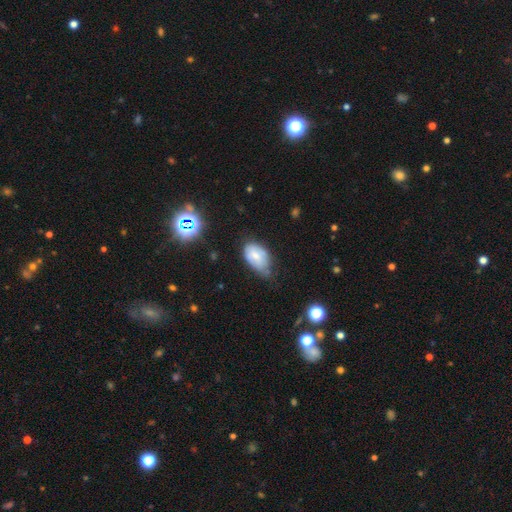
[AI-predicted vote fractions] The model was most divided on "merging": minor disturbance: 47%, none: 36%, major disturbance: 13%, merger: 4%. More confident: how rounded — in between (91%); smooth or featured — smooth (67%).